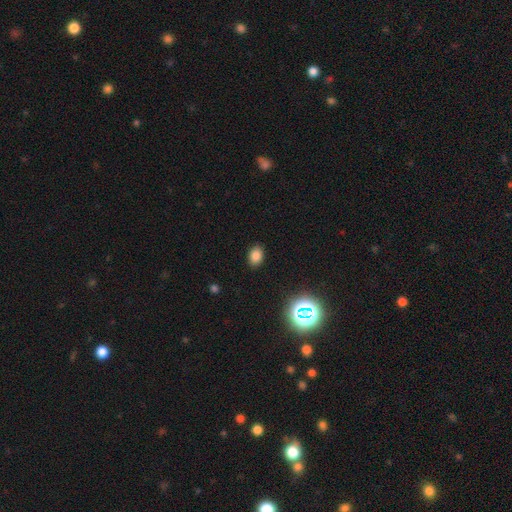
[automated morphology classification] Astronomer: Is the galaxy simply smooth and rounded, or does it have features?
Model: smooth — 80%.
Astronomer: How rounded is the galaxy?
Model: in between — 76%.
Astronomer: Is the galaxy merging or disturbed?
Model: none — 89%.